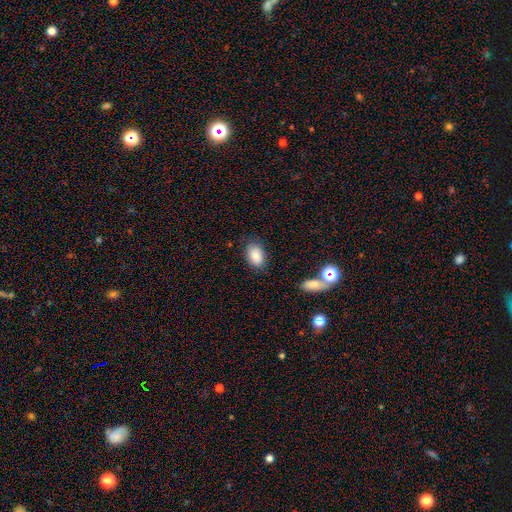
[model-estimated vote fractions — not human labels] A smooth galaxy with no disk features (85%) that is in between round and cigar-shaped (87%).

Vote fractions:
- Smooth or featured? smooth: 85% / star or artifact: 8% / featured or disk: 7%
- How rounded? in between: 87% / round: 11% / cigar-shaped: 1%
- Merging? none: 78% / minor disturbance: 16% / major disturbance: 4% / merger: 2%